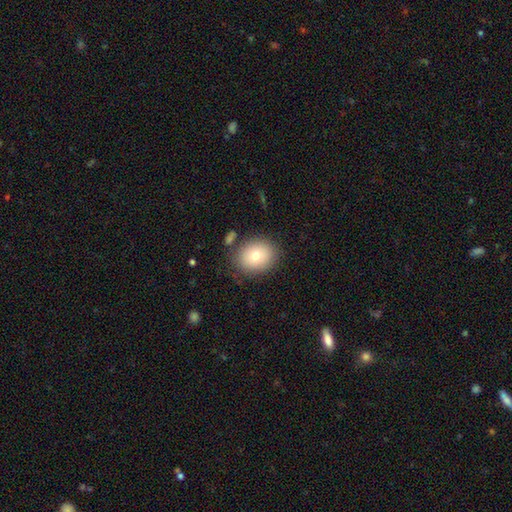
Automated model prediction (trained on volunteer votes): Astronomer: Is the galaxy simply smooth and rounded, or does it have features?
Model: smooth — 74%.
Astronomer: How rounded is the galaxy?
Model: round — 65%.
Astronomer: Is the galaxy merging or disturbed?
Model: none — 81%.